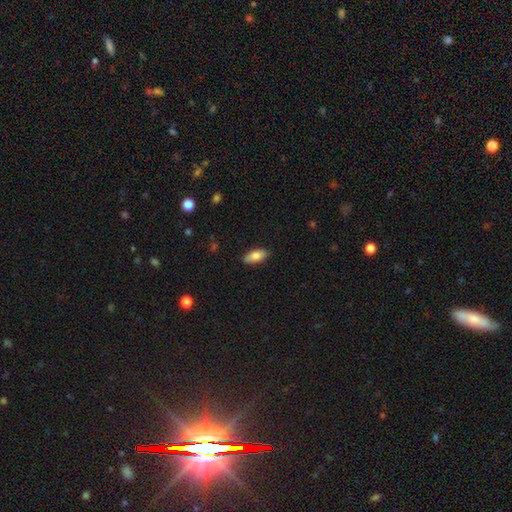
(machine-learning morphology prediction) Smooth or featured: smooth — 81% (featured or disk — 13%)
How rounded: in between — 88% (cigar-shaped — 9%)
Merging: none — 86% (minor disturbance — 11%)